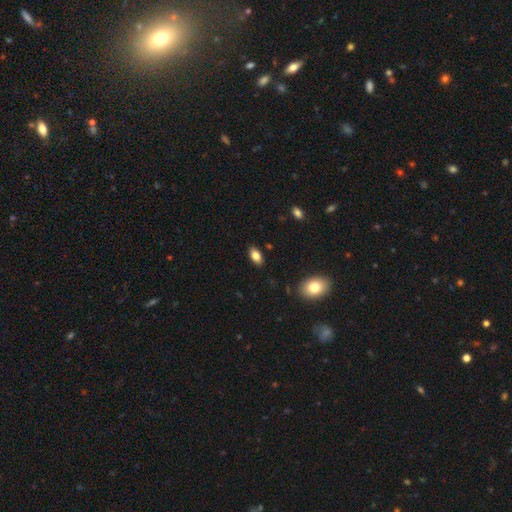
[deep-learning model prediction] Morphology: type=smooth (82%); roundness=in between (91%); merging=none (87%).